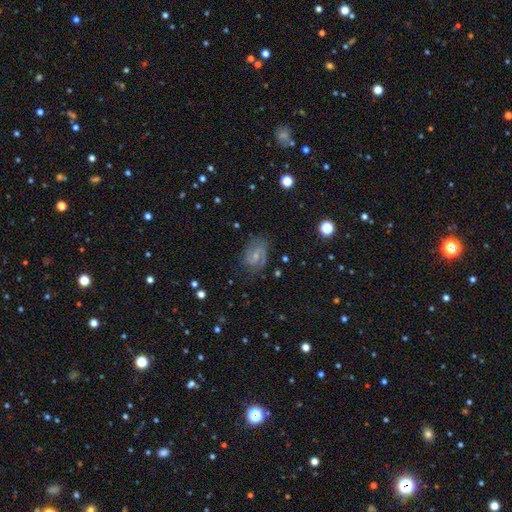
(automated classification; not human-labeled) This appears to be a featured or disk galaxy (76%) with a weak bar (49%), 2 (75%) medium (46%) spiral arms (94%) and a small central bulge (63%). Merging: none (73%).